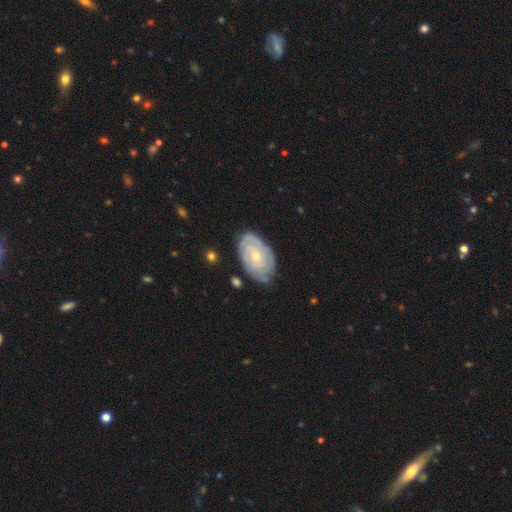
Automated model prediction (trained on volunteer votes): This is likely a featured or disk galaxy (74%). It is clearly not viewed edge-on (95%). Bar: likely no (80%). Spiral arm pattern: clearly yes (89%). Spiral arm count: possibly can't tell (46%). Spiral winding: likely tight (79%). Central bulge: likely small (69%). Merging: likely none (77%).